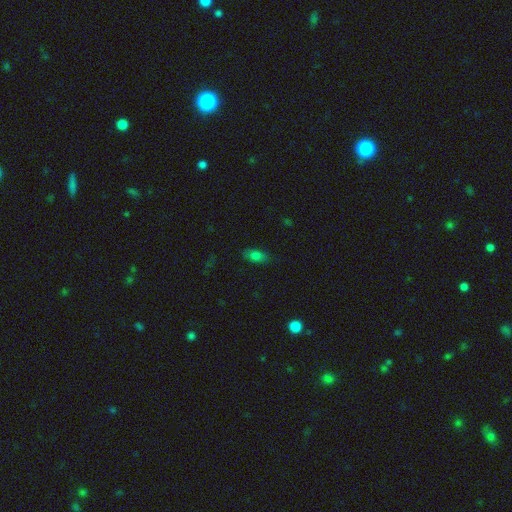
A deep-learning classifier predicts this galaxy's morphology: Smooth or featured?
  - smooth: 76% *
  - star or artifact: 13%
  - featured or disk: 11%
How rounded?
  - in between: 85% *
  - round: 8%
  - cigar-shaped: 7%
Merging?
  - none: 83% *
  - minor disturbance: 13%
  - major disturbance: 3%
  - merger: 1%